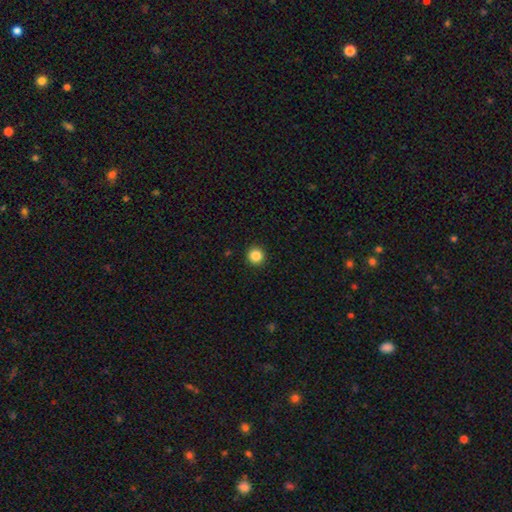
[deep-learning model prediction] Smooth or featured: smooth — 85% (star or artifact — 11%)
How rounded: round — 95% (in between — 4%)
Merging: none — 93% (minor disturbance — 4%)